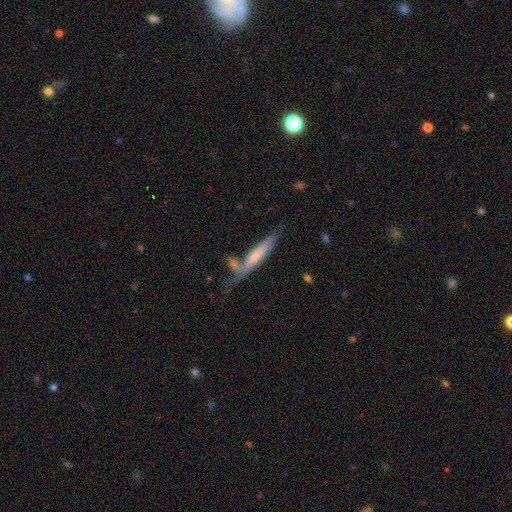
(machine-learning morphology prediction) Q: Smooth or featured?
A: smooth (49%); runner-up: featured or disk (45%)
Q: Merging?
A: none (51%); runner-up: merger (22%)